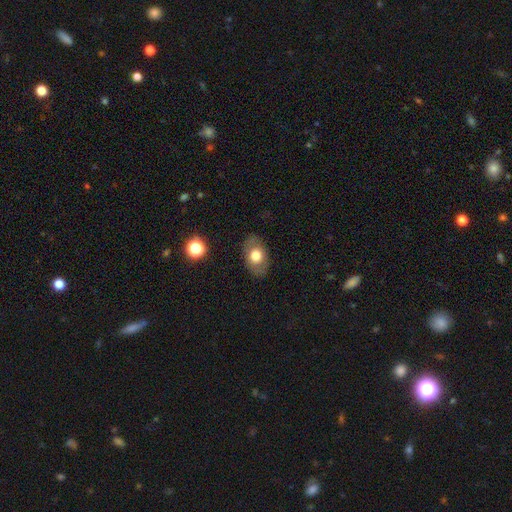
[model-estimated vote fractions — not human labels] Overall: smooth (67%). How rounded: in between (79%). Merging: none (82%).